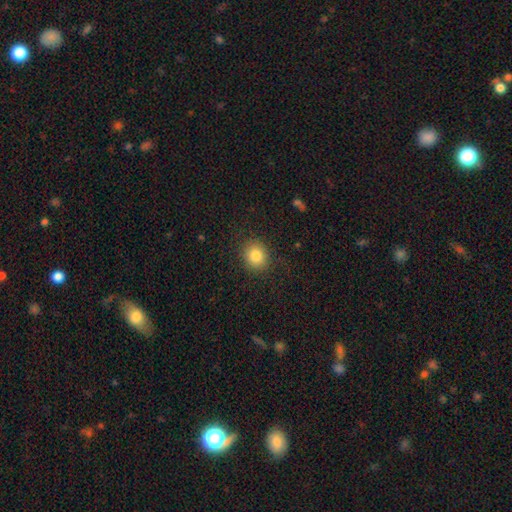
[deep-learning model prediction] This is clearly a smooth galaxy (83%). How rounded: likely round (78%). Merging: clearly none (88%).